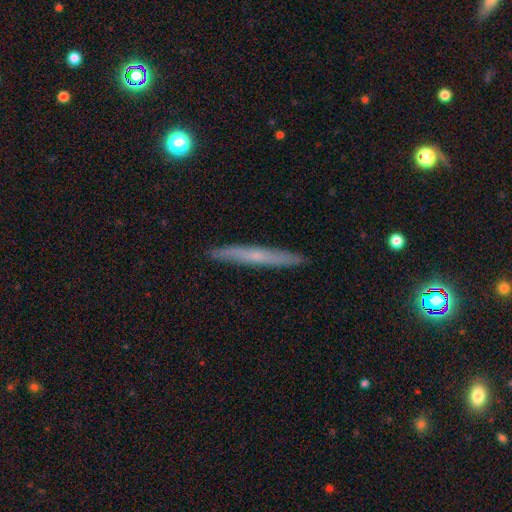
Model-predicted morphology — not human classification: Q: Smooth or featured?
A: featured or disk (50%); runner-up: smooth (44%)
Q: Merging?
A: none (91%); runner-up: minor disturbance (7%)